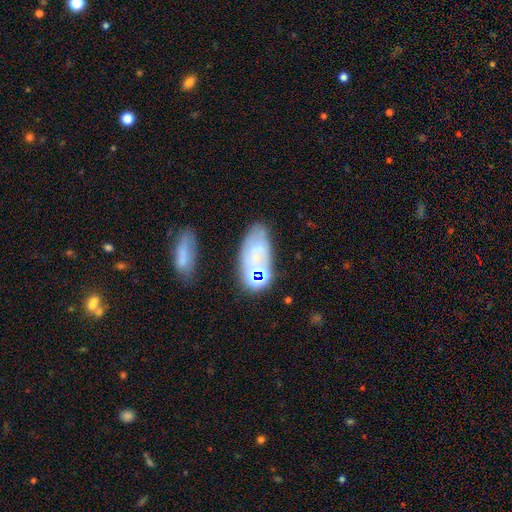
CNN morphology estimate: type=smooth (48%); merging=none (61%).